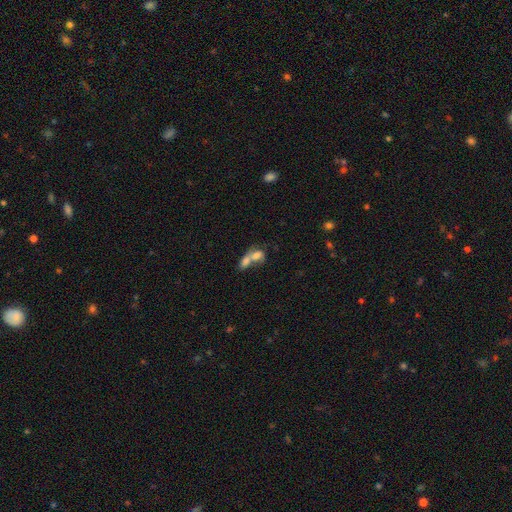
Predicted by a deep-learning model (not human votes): smooth-or-featured: smooth: 65% | featured or disk: 25% | star or artifact: 10%
  how-rounded: in between: 77% | round: 17% | cigar-shaped: 6%
  merging: merger: 75% | none: 13% | major disturbance: 7% | minor disturbance: 6%